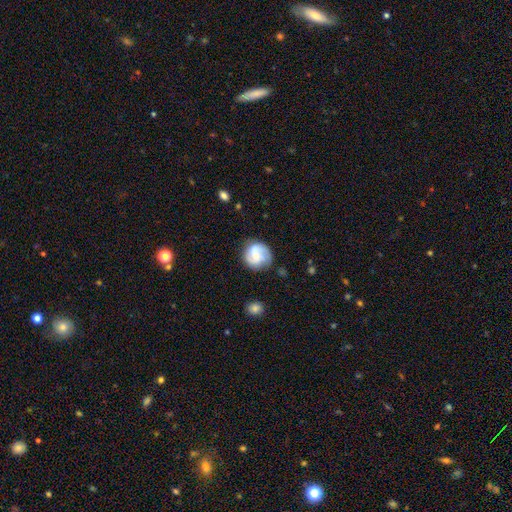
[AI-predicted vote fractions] Smooth or featured? Predicted: featured or disk (p=0.58). Edge-on disk? Predicted: no (p=0.98). Bar? Predicted: no (p=0.52). Spiral arms? Predicted: yes (p=0.84). Bulge size? Predicted: moderate (p=0.48). Merging? Predicted: none (p=0.69).